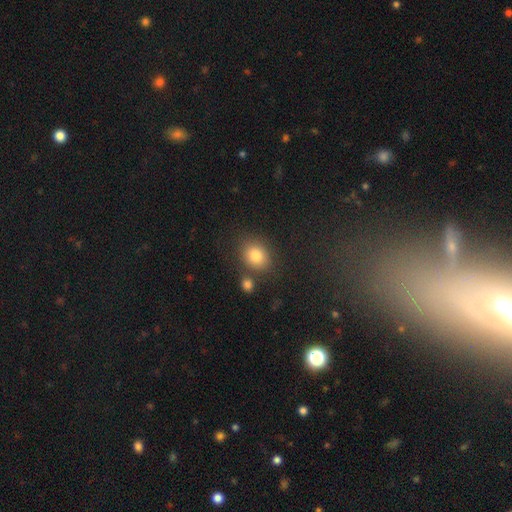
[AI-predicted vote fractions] A smooth galaxy with no disk features (80%) that is round (53%). Merging: none (71%).